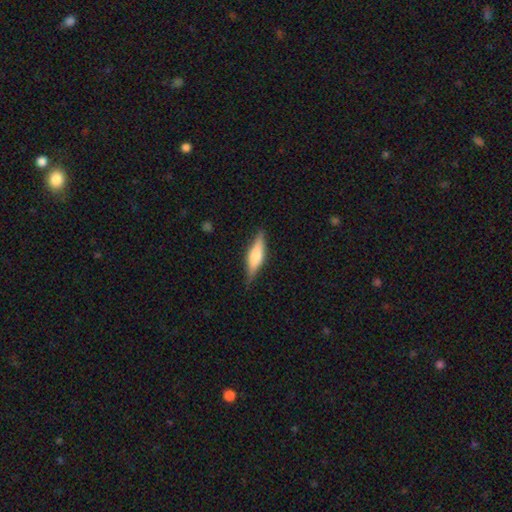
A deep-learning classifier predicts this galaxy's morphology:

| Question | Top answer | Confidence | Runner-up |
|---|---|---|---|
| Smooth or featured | smooth | 49% | featured or disk (45%) |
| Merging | none | 86% | minor disturbance (11%) |